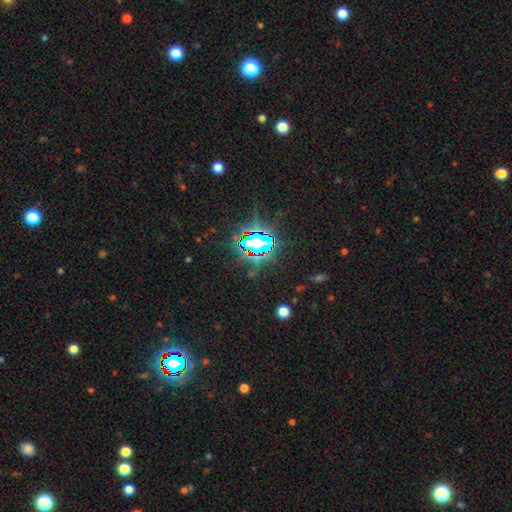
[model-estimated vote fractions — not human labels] A star or artifact, not a galaxy (84%).

Vote fractions:
- Smooth or featured? star or artifact: 84% / smooth: 9% / featured or disk: 7%